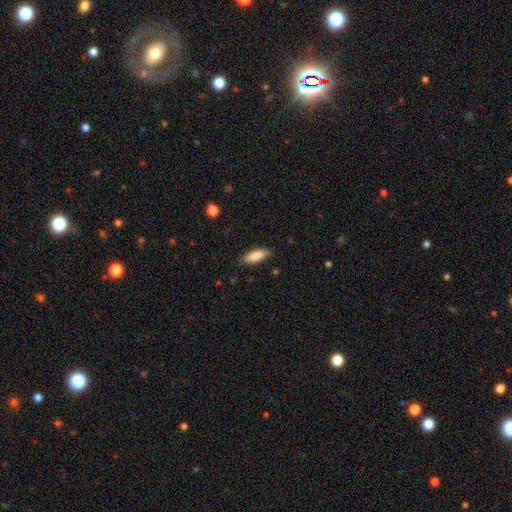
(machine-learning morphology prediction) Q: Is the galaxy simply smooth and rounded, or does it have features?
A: smooth — 86%.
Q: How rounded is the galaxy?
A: in between — 62%.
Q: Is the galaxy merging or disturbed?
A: none — 86%.